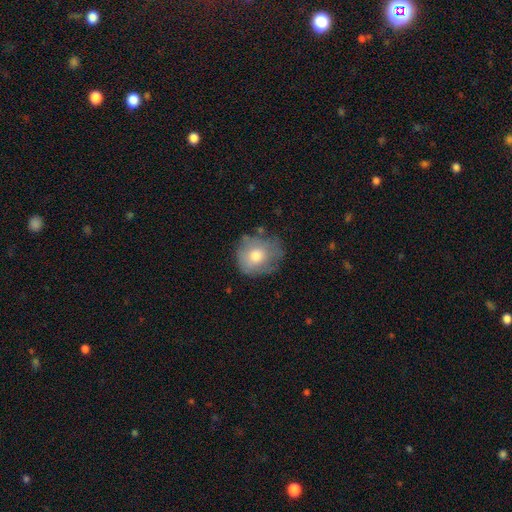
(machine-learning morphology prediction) This appears to be a smooth galaxy with no disk features (69%) that is round (77%). Merging: none (61%).